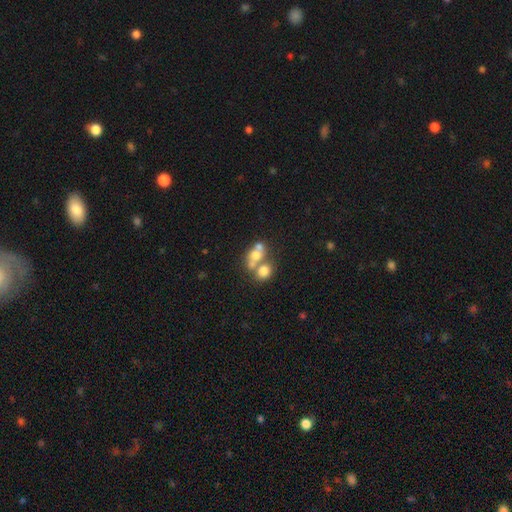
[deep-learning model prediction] smooth_or_featured: smooth (p=0.62) [alt: featured or disk p=0.24]
how_rounded: round (p=0.55) [alt: in between p=0.43]
merging: merger (p=0.57) [alt: none p=0.29]